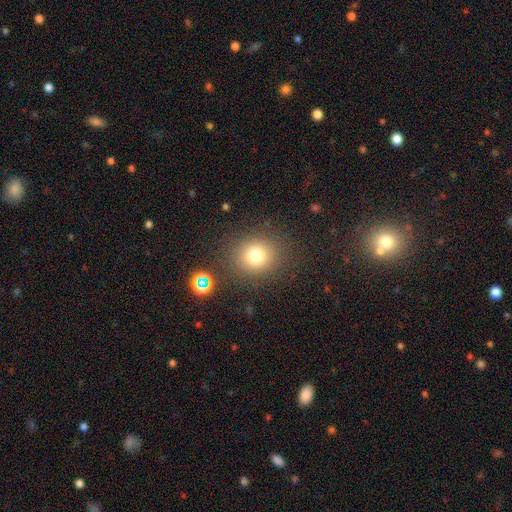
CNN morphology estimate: smooth 75%, star or artifact 16%, featured or disk 9%. Down the decision tree: how rounded — round (80%); merging — none (84%).